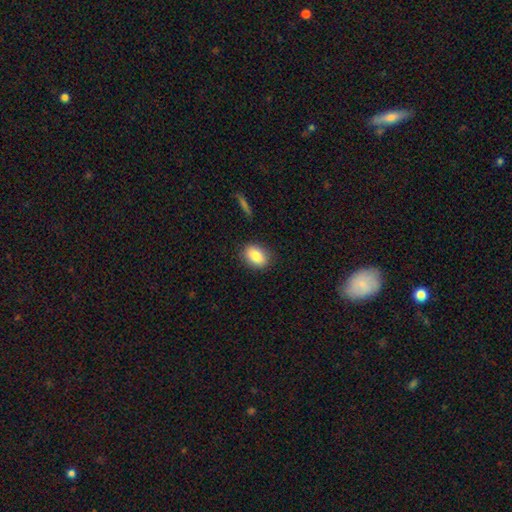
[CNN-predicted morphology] smooth-or-featured: smooth: 85% | star or artifact: 8% | featured or disk: 8%
  how-rounded: in between: 79% | round: 19% | cigar-shaped: 2%
  merging: none: 86% | minor disturbance: 10% | major disturbance: 3% | merger: 1%